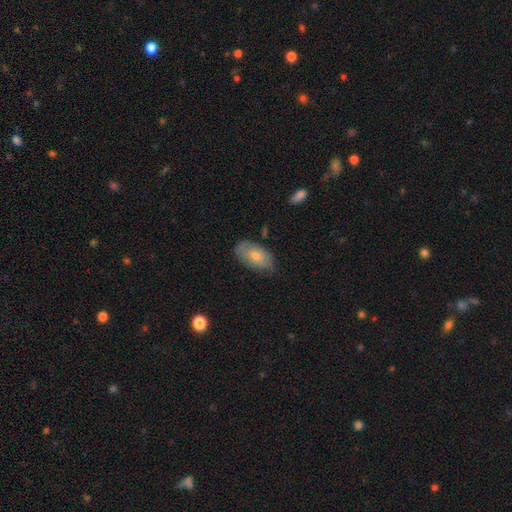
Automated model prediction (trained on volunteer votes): smooth 61%, featured or disk 32%, star or artifact 8%. Down the decision tree: how rounded — in between (93%); merging — none (76%).